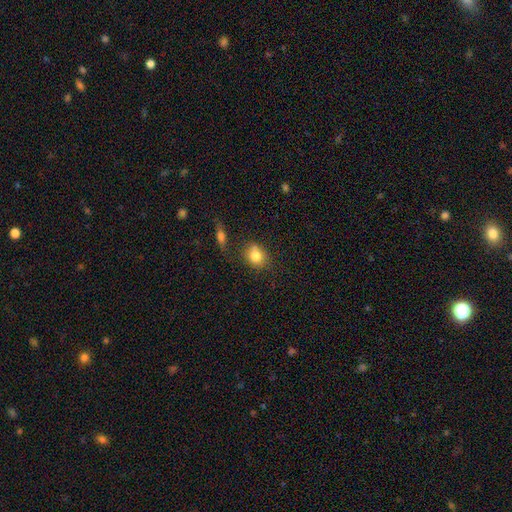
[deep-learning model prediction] smooth_or_featured: smooth (p=0.80) [alt: featured or disk p=0.10]
how_rounded: round (p=0.54) [alt: in between p=0.45]
merging: none (p=0.62) [alt: minor disturbance p=0.18]